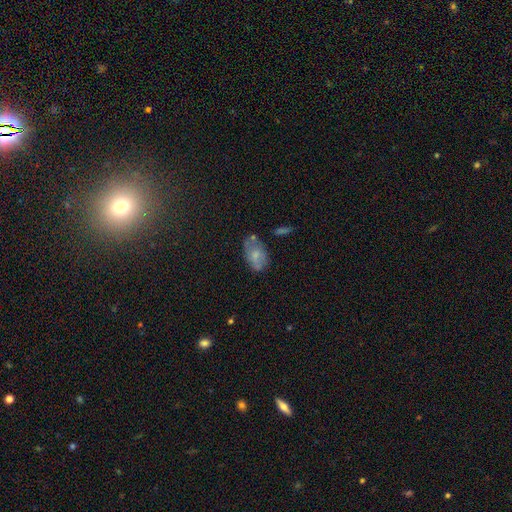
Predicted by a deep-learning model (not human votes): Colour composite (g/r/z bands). It shows a smooth galaxy with no disk features (64%) that is in between round and cigar-shaped (88%). Merging: none (55%).